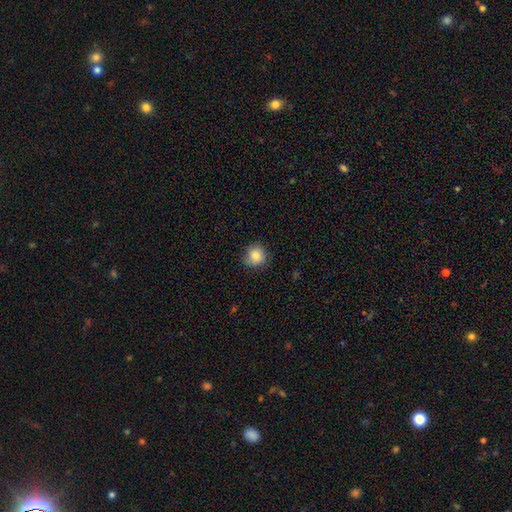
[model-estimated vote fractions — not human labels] A smooth galaxy with no disk features (85%) that is round (89%). Merging: none (77%).